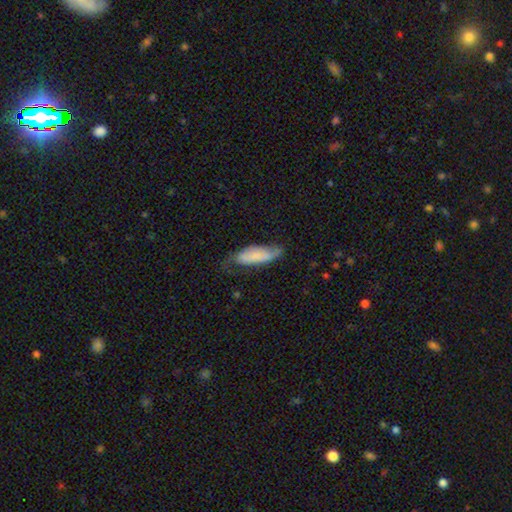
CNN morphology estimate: The model was most divided on "merging": none: 40%, minor disturbance: 37%, major disturbance: 20%, merger: 3%. More confident: smooth or featured — smooth (69%); how rounded — in between (59%).